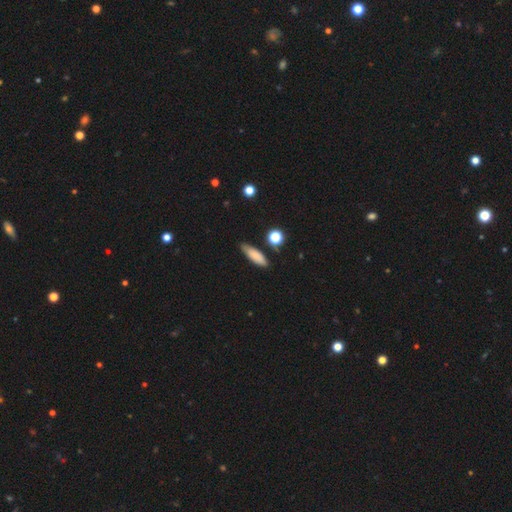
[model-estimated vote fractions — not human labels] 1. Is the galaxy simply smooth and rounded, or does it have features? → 81% smooth, 11% featured or disk, 8% star or artifact.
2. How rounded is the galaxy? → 49% cigar-shaped, 48% in between, 3% round.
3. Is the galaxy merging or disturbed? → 76% none, 18% minor disturbance, 3% merger, 3% major disturbance.